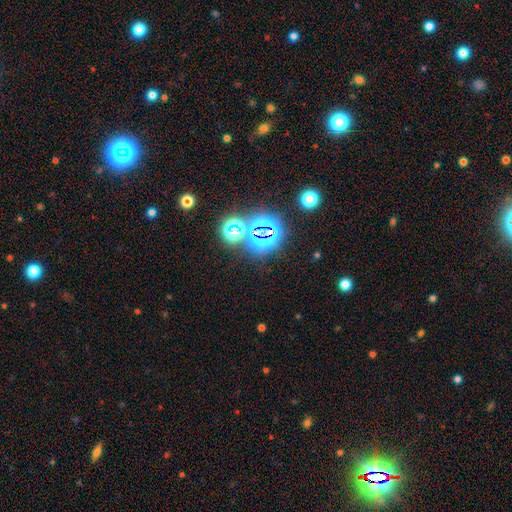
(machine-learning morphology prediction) This is likely a star or artifact rather than a galaxy (76%).